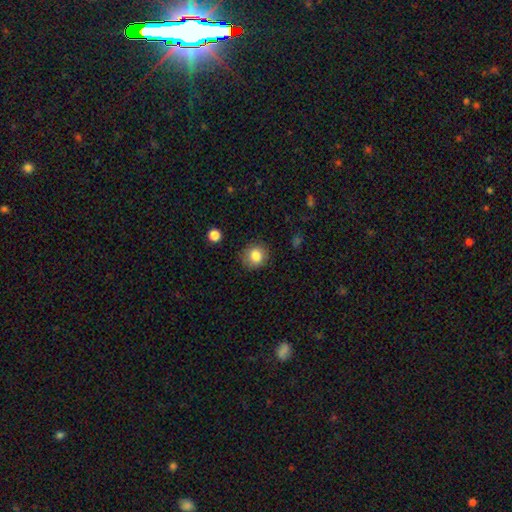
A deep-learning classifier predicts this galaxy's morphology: smooth 84%, star or artifact 10%, featured or disk 6%. Down the decision tree: how rounded — round (84%); merging — none (84%).